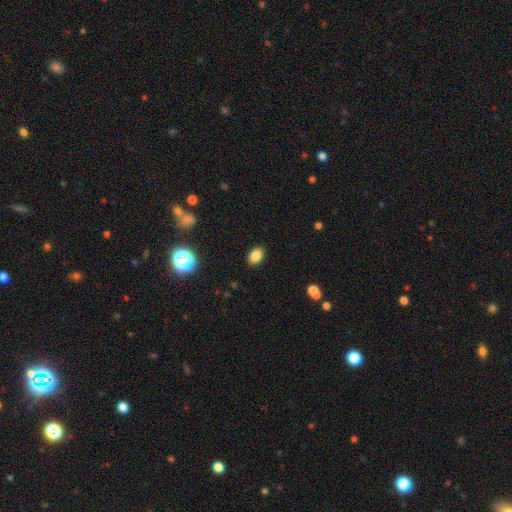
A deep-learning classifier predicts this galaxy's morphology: Overall: smooth (84%). How rounded: in between (78%). Merging: none (89%).